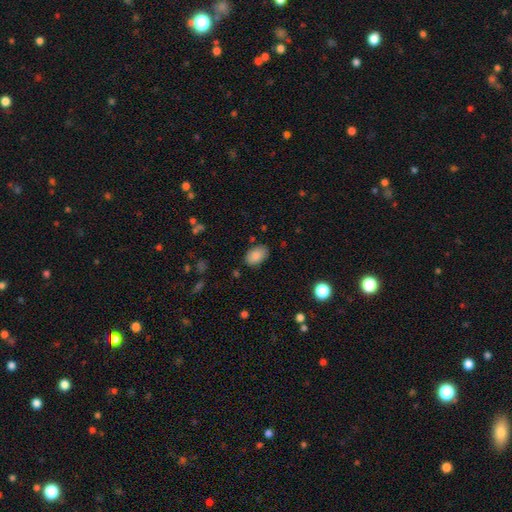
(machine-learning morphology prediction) Smooth or featured? Predicted: smooth (p=0.87). How rounded? Predicted: in between (p=0.91). Merging? Predicted: none (p=0.84).